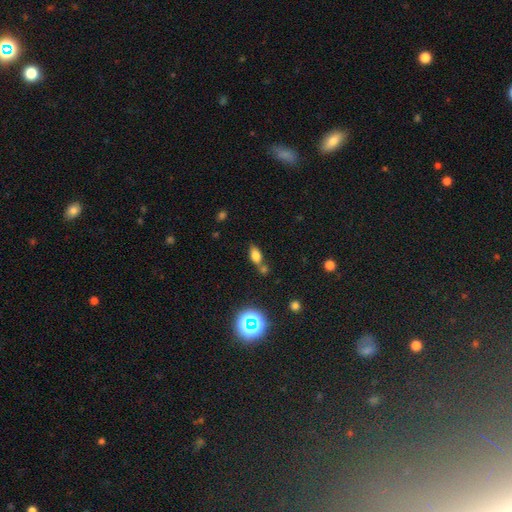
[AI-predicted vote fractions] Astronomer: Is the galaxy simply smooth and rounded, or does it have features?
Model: smooth — 70%.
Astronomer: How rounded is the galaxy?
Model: in between — 81%.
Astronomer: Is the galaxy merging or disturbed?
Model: none — 53%.